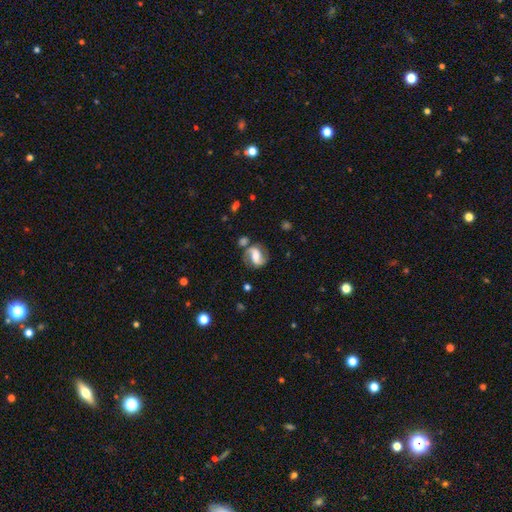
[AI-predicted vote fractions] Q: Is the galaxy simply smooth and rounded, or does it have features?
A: featured or disk — 78%.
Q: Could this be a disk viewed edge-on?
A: no — 97%.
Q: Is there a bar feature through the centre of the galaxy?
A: weak — 37%.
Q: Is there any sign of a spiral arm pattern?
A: yes — 93%.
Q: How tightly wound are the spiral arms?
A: medium — 46%.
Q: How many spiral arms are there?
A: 2 — 91%.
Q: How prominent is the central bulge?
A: moderate — 60%.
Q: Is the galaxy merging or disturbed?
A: none — 71%.